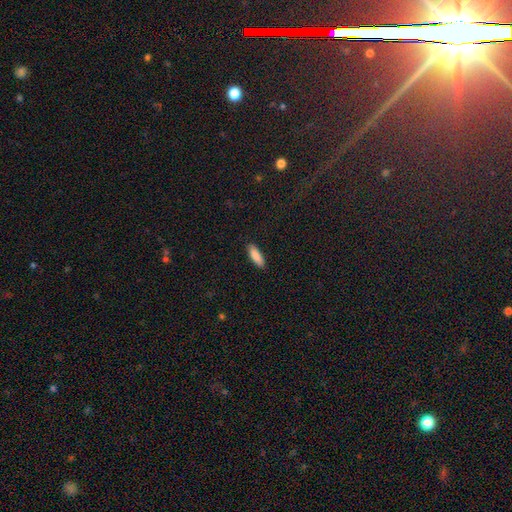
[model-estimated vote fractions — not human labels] A smooth galaxy with no disk features (88%) that is in between round and cigar-shaped (55%). Merging: none (88%).